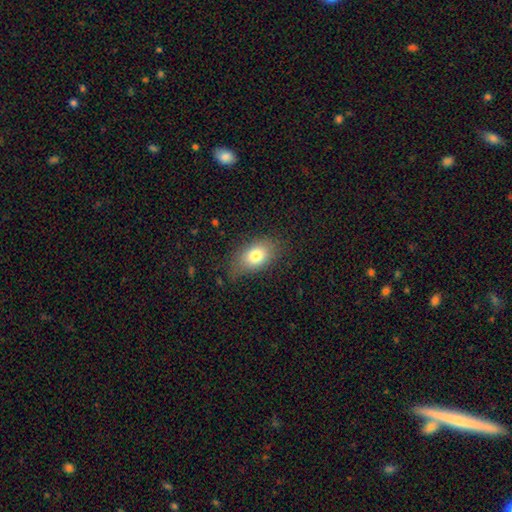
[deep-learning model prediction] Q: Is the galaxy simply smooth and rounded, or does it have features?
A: smooth — 78%.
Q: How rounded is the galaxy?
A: in between — 84%.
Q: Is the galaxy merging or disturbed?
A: none — 71%.